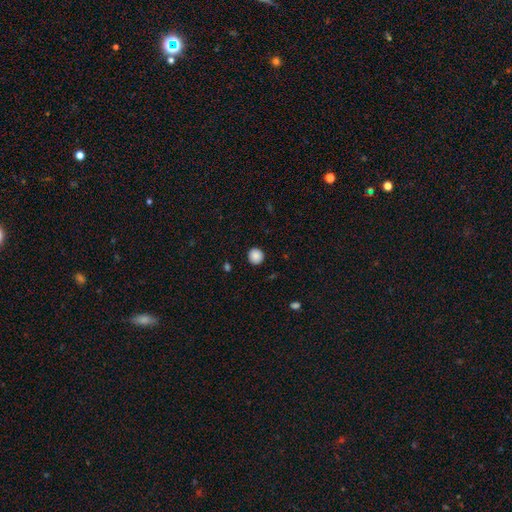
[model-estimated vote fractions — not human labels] A smooth galaxy with no disk features (88%) that is round (93%). Merging: none (92%).